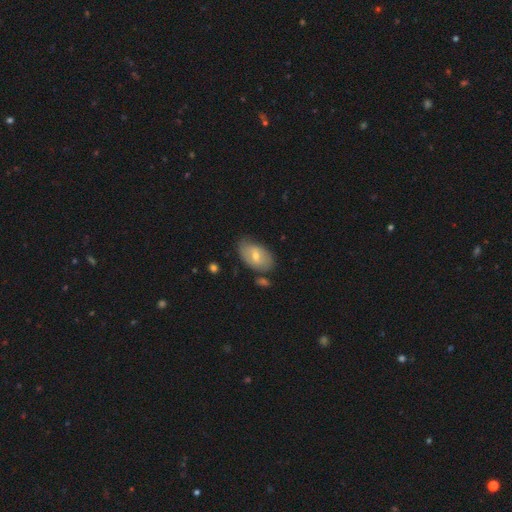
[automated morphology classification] Q: Smooth or featured?
A: smooth (54%); runner-up: featured or disk (40%)
Q: How rounded?
A: in between (90%); runner-up: round (8%)
Q: Merging?
A: none (65%); runner-up: minor disturbance (24%)